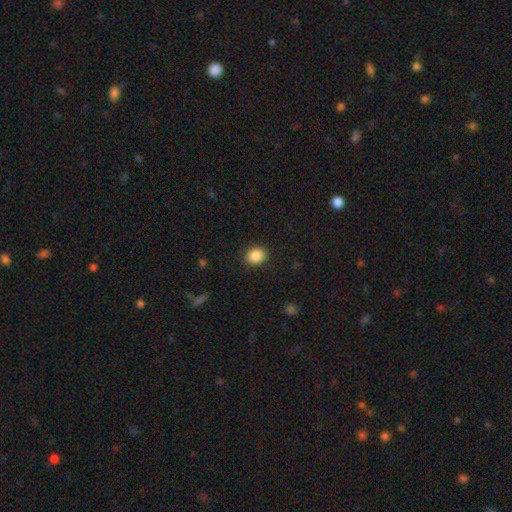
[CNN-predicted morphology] smooth_or_featured: smooth (p=0.87) [alt: star or artifact p=0.09]
how_rounded: round (p=0.63) [alt: in between p=0.36]
merging: none (p=0.90) [alt: minor disturbance p=0.07]